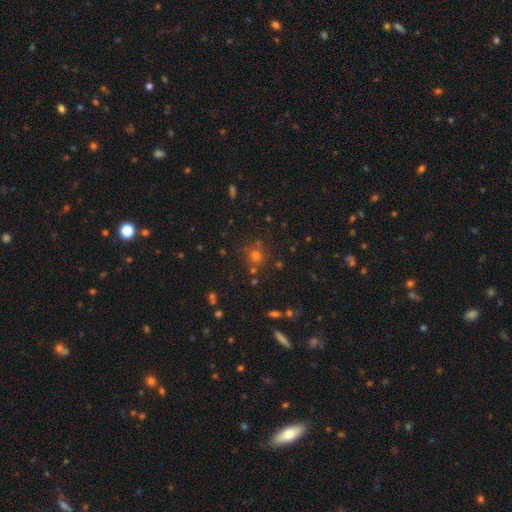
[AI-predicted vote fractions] Morphology: type=smooth (60%); roundness=round (90%); merging=none (77%).